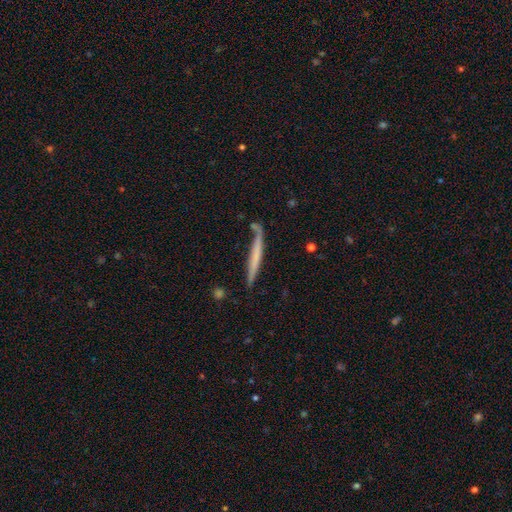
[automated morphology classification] Smooth or featured?
  - smooth: 51% *
  - featured or disk: 43%
  - star or artifact: 6%
How rounded?
  - cigar-shaped: 96% *
  - in between: 2%
  - round: 1%
Merging?
  - none: 71% *
  - minor disturbance: 18%
  - merger: 6%
  - major disturbance: 5%